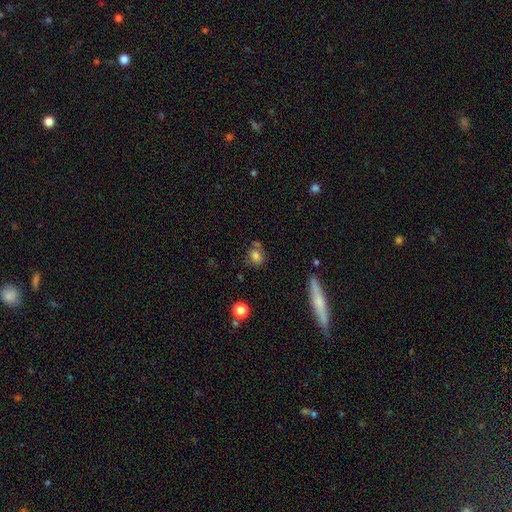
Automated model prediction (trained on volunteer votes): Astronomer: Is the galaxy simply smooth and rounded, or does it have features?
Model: smooth — 78%.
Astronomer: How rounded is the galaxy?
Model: round — 58% (runner-up: in between, 39%).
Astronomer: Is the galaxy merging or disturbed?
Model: none — 64%.